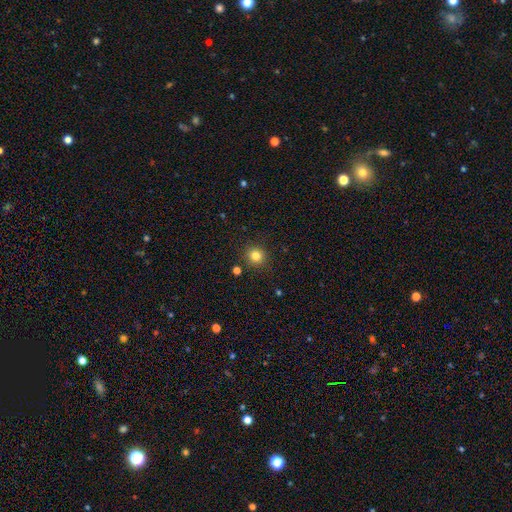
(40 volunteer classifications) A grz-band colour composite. It shows a smooth galaxy with no disk features (88%) that is round (83%). Merging: none (95%).